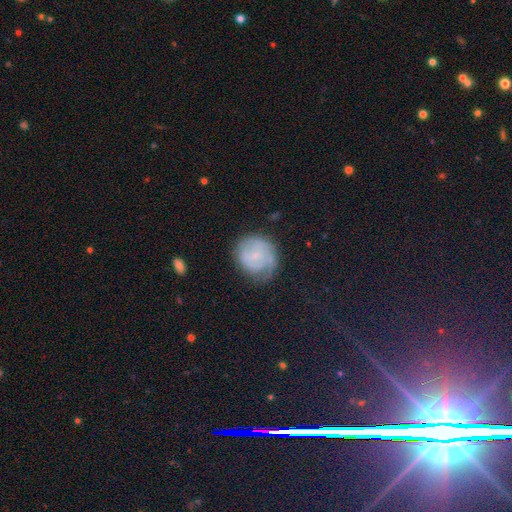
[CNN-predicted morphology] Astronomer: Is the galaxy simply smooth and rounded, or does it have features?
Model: featured or disk — 52% (runner-up: smooth, 41%).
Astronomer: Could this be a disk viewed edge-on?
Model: no — 98%.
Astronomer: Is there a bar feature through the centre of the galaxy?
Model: no — 68%.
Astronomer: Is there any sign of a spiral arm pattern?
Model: yes — 79%.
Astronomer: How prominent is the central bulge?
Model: small — 69%.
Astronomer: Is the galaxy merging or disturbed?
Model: none — 57%.